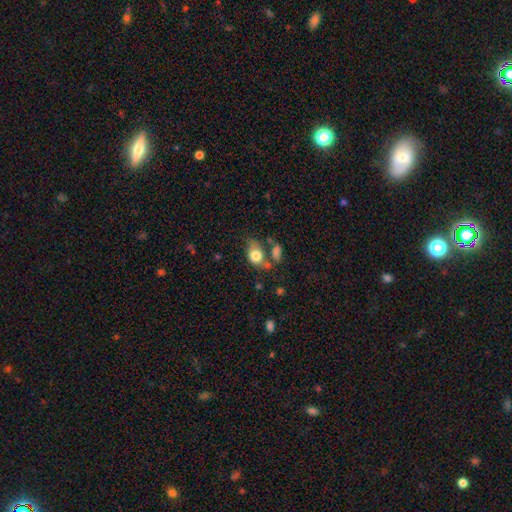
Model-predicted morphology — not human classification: The model was most divided on "merging": none: 43%, minor disturbance: 24%, merger: 20%, major disturbance: 13%. More confident: smooth or featured — smooth (80%); how rounded — in between (71%).